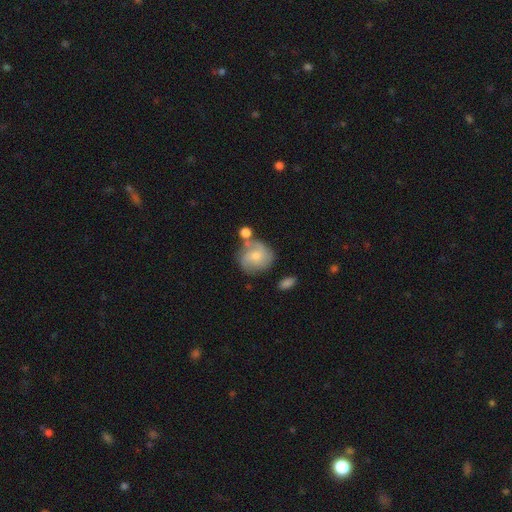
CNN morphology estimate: smooth_or_featured: featured or disk (p=0.52) [alt: smooth p=0.40]
disk_edge_on: no (p=0.97) [alt: yes p=0.03]
bar: no (p=0.75) [alt: weak p=0.22]
has_spiral_arms: yes (p=0.81) [alt: no p=0.19]
bulge_size: small (p=0.56) [alt: moderate p=0.40]
merging: none (p=0.58) [alt: minor disturbance p=0.20]